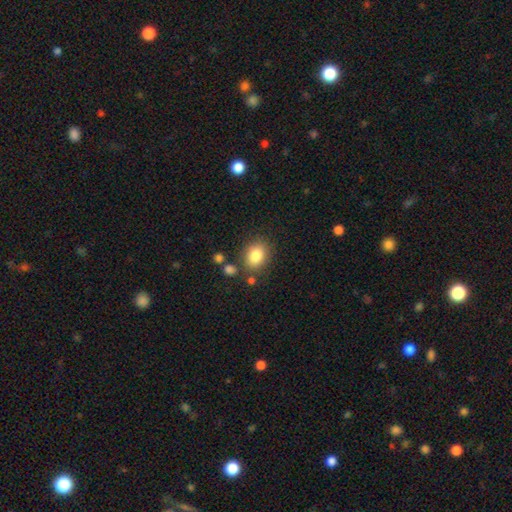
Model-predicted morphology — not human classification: Smooth or featured: smooth — 83% (star or artifact — 10%)
How rounded: in between — 52% (round — 47%)
Merging: none — 78% (minor disturbance — 12%)